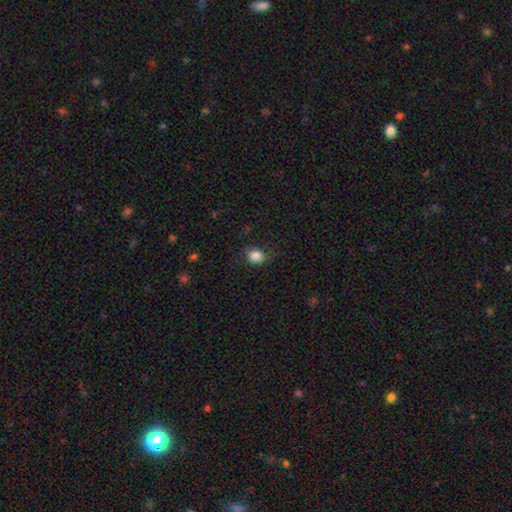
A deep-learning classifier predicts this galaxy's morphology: smooth-or-featured: smooth: 85% | star or artifact: 10% | featured or disk: 5%
  how-rounded: round: 64% | in between: 35% | cigar-shaped: 1%
  merging: none: 77% | minor disturbance: 17% | major disturbance: 5% | merger: 1%